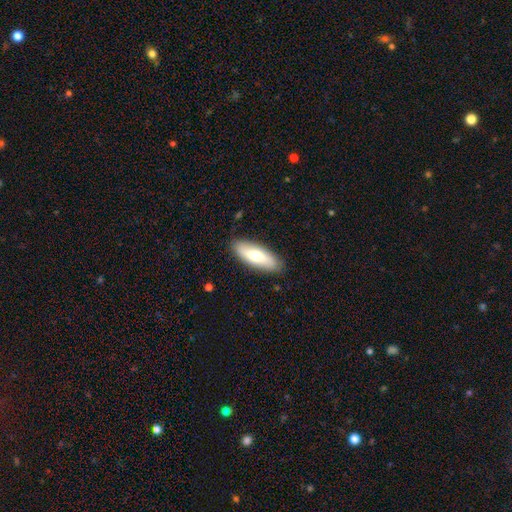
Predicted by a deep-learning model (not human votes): Overall: smooth (65%; featured or disk 29%). How rounded: in between (68%; cigar-shaped 30%). Merging: none (87%).